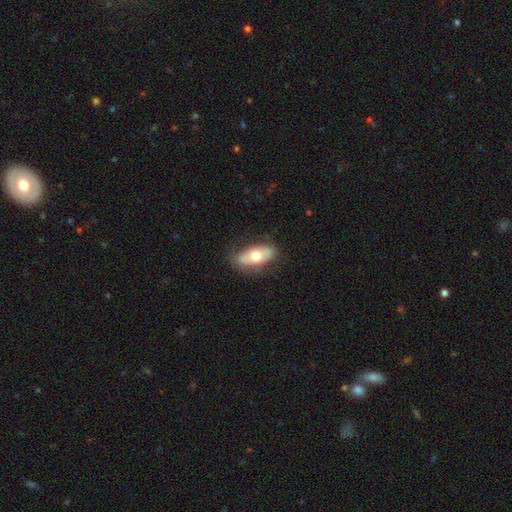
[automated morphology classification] smooth 60%, featured or disk 34%, star or artifact 6%. Down the decision tree: how rounded — in between (87%); merging — none (78%).